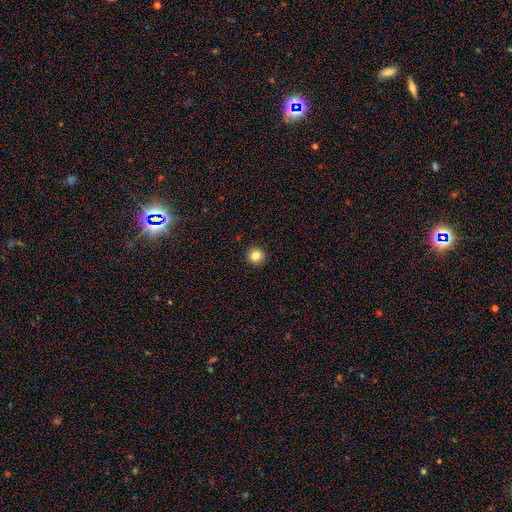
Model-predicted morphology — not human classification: This is clearly a smooth galaxy (83%). How rounded: clearly round (95%). Merging: clearly none (93%).